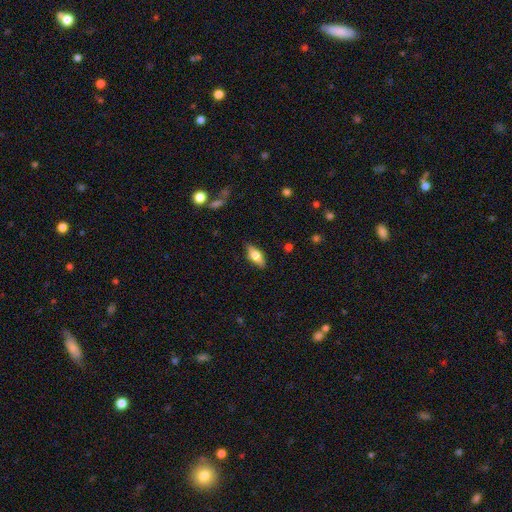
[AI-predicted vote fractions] Q: Smooth or featured?
A: smooth (50%); runner-up: featured or disk (42%)
Q: How rounded?
A: in between (68%); runner-up: cigar-shaped (28%)
Q: Merging?
A: none (84%); runner-up: minor disturbance (12%)